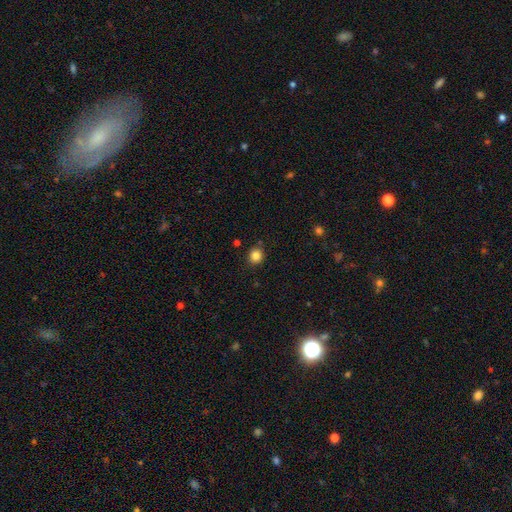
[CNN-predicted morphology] smooth 84%, star or artifact 12%, featured or disk 5%. Down the decision tree: how rounded — round (85%); merging — none (87%).